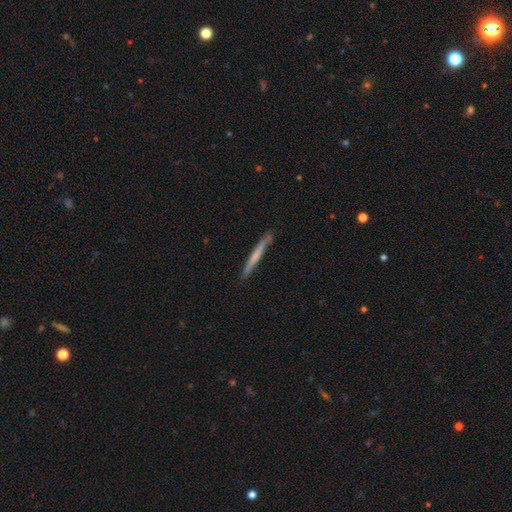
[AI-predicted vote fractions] Smooth or featured? smooth (56%)
How rounded? cigar-shaped (97%)
Merging? none (86%)